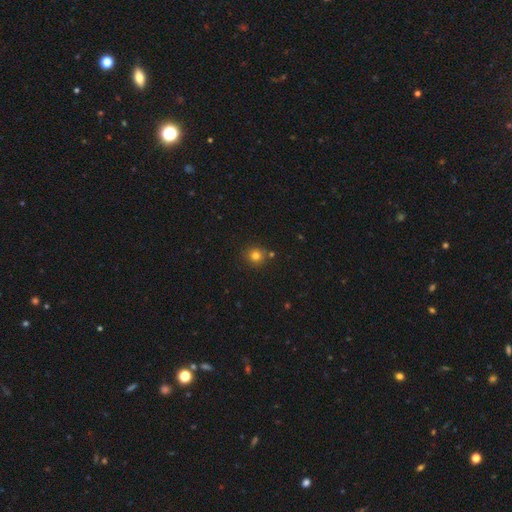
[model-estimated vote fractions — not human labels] This appears to be a smooth galaxy with no disk features (78%) that is round (91%). Merging: none (81%).